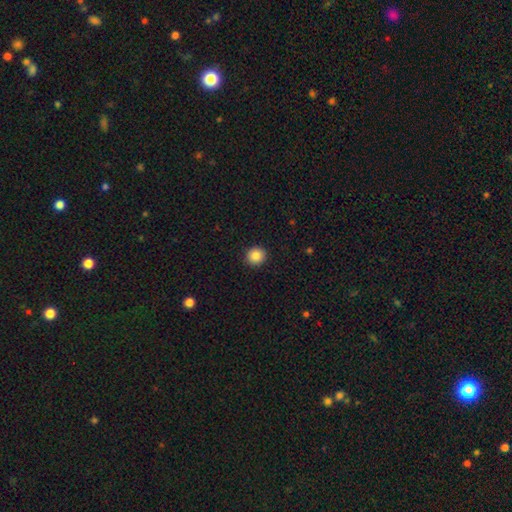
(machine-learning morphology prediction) Smooth or featured? smooth (86%)
How rounded? round (91%)
Merging? none (92%)